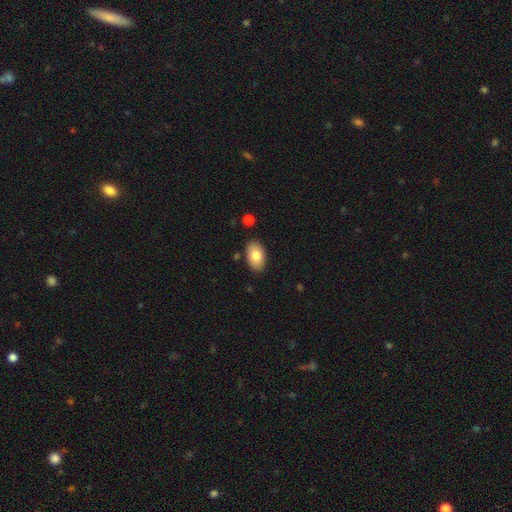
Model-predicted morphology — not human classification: Overall: smooth (81%). How rounded: in between (93%). Merging: none (86%).